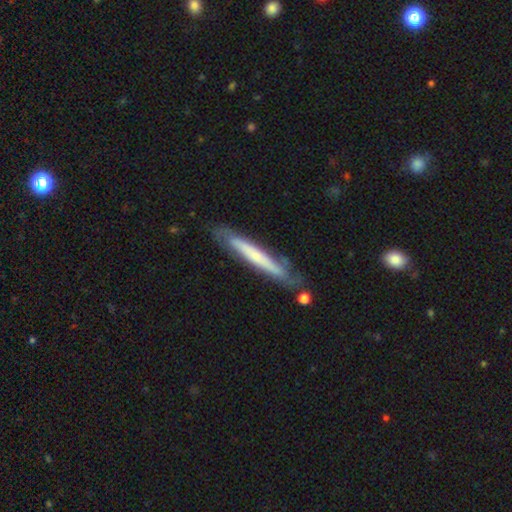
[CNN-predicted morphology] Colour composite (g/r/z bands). It shows a featured or disk galaxy (52%) viewed edge-on (80%). Merging: none (72%).